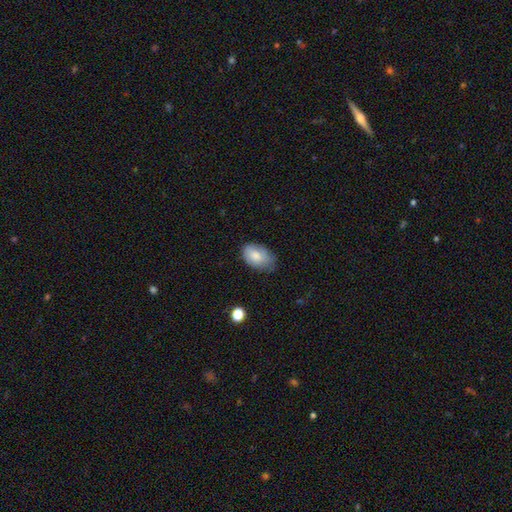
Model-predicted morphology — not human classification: Smooth or featured? smooth (78%)
How rounded? in between (88%)
Merging? none (56%)